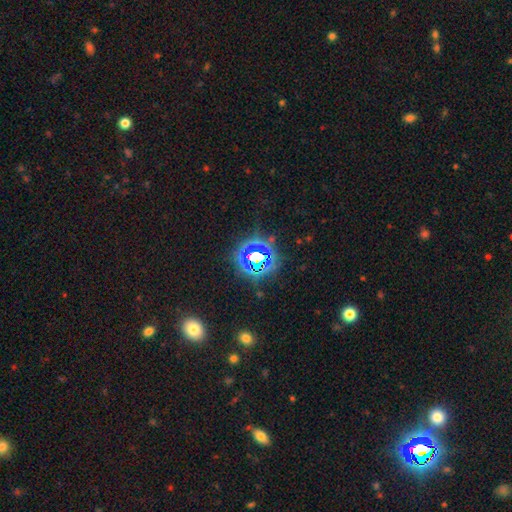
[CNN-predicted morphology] Smooth or featured?
  - star or artifact: 77% *
  - smooth: 15%
  - featured or disk: 9%